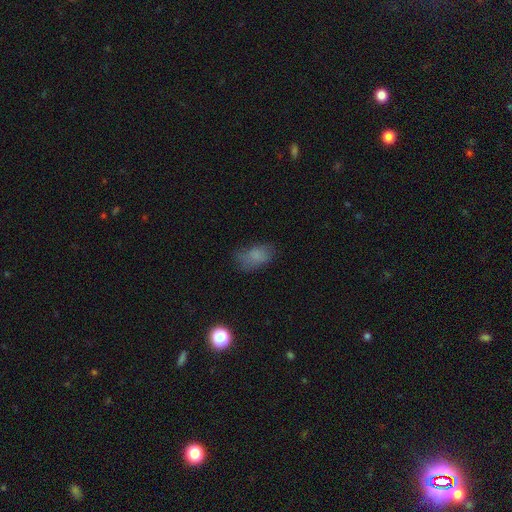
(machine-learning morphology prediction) smooth_or_featured: smooth (p=0.75) [alt: star or artifact p=0.13]
how_rounded: in between (p=0.89) [alt: round p=0.08]
merging: none (p=0.55) [alt: minor disturbance p=0.27]